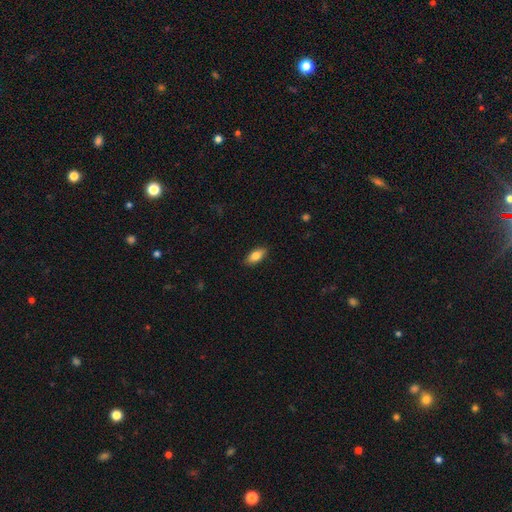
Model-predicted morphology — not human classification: smooth_or_featured: smooth (p=0.80) [alt: featured or disk p=0.13]
how_rounded: in between (p=0.86) [alt: cigar-shaped p=0.11]
merging: none (p=0.88) [alt: minor disturbance p=0.09]